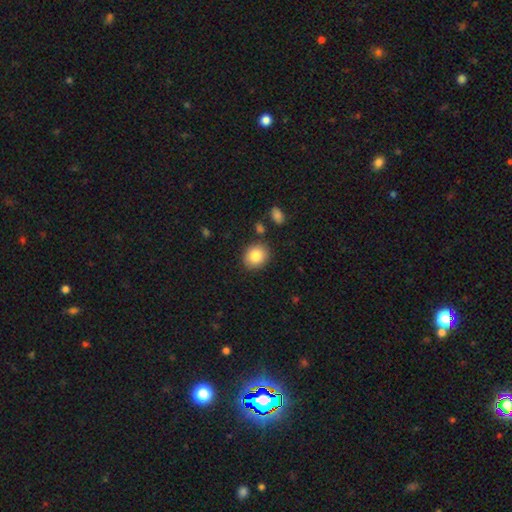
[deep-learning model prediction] A smooth galaxy with no disk features (84%) that is round (71%). Merging: none (85%).